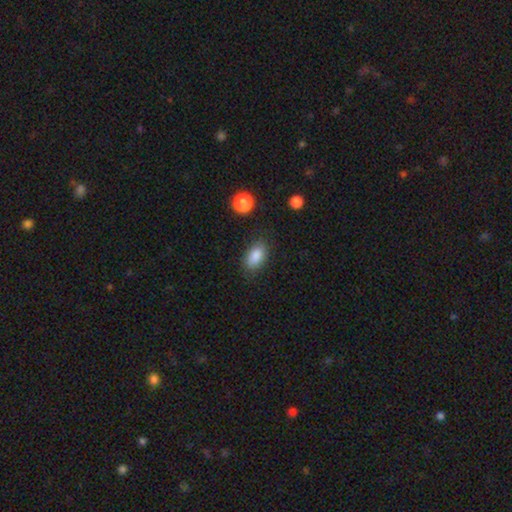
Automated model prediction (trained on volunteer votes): This is clearly a smooth galaxy (87%). How rounded: clearly in between (90%). Merging: clearly none (82%).